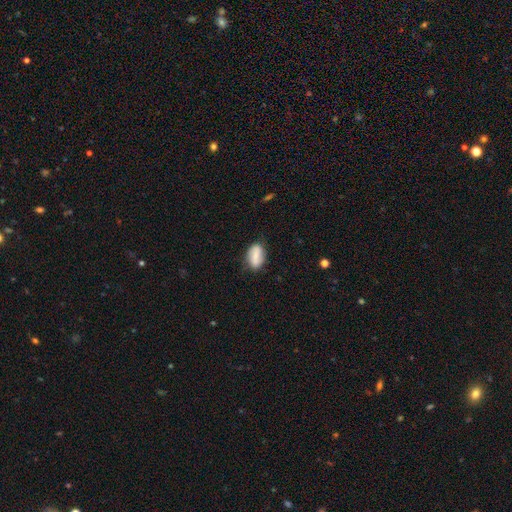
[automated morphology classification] The model was most divided on "smooth or featured": smooth: 61%, featured or disk: 31%, star or artifact: 7%. More confident: how rounded — in between (89%); merging — none (74%).